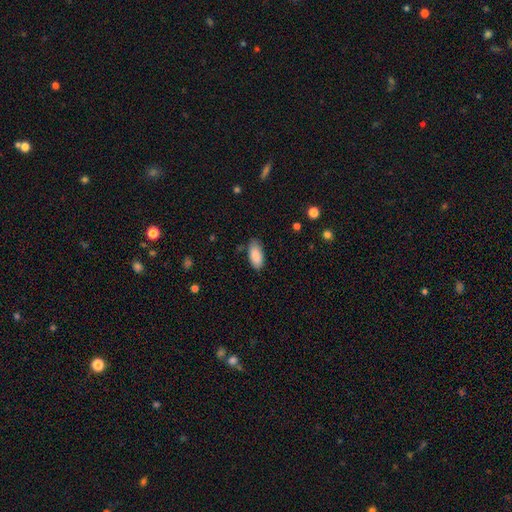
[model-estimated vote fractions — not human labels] Overall: smooth (88%). How rounded: in between (90%). Merging: none (80%).